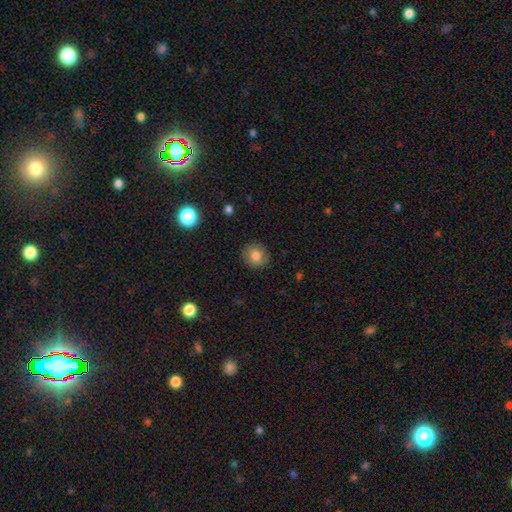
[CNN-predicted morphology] smooth-or-featured: smooth: 80% | star or artifact: 10% | featured or disk: 10%
  how-rounded: round: 84% | in between: 15% | cigar-shaped: 1%
  merging: none: 89% | minor disturbance: 8% | major disturbance: 2% | merger: 1%